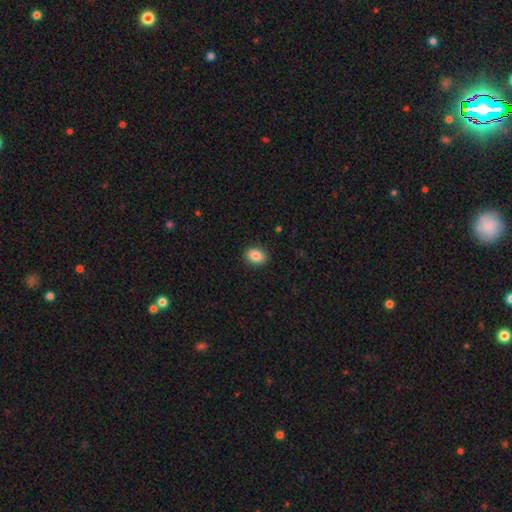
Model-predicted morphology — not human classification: A smooth galaxy with no disk features (86%) that is in between round and cigar-shaped (73%). Merging: none (90%).